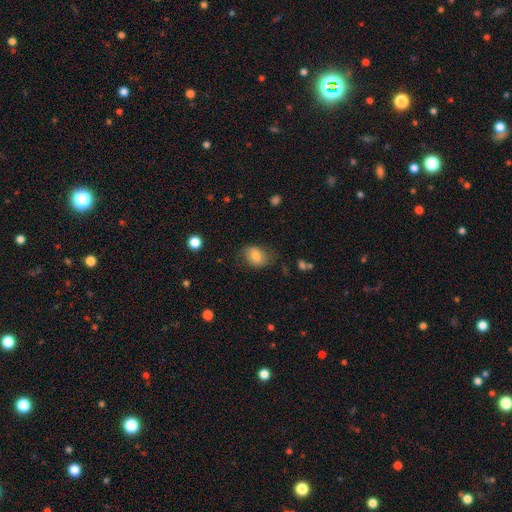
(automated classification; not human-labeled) Overall: smooth (75%). How rounded: in between (65%; round 33%). Merging: none (67%).